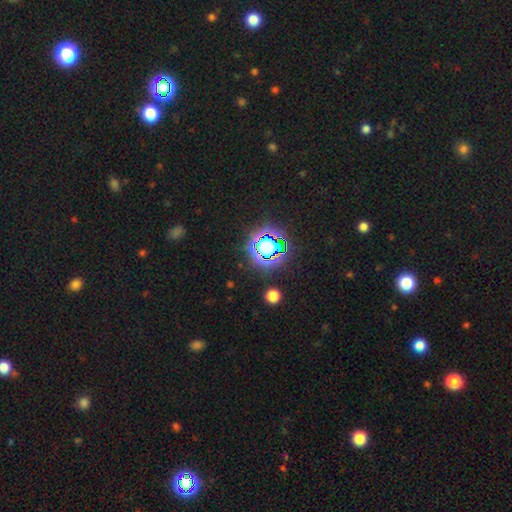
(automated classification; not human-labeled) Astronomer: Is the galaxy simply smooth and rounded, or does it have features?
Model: star or artifact — 81%.